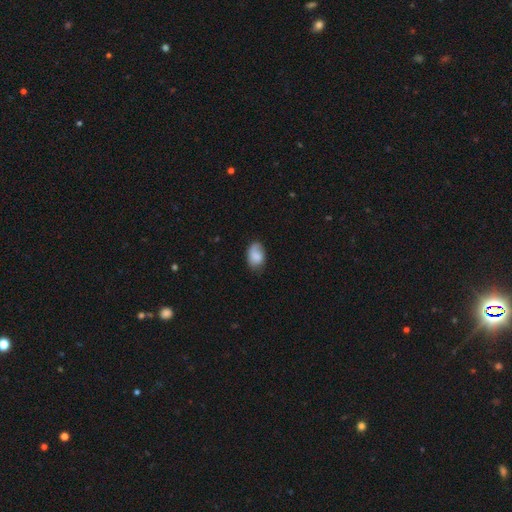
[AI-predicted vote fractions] A smooth galaxy with no disk features (78%) that is in between round and cigar-shaped (87%). Merging: none (64%).